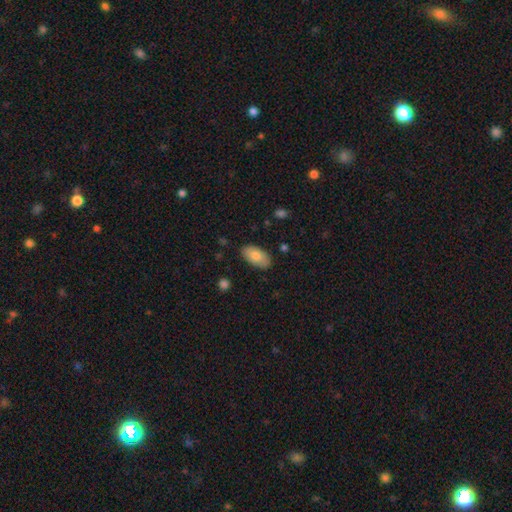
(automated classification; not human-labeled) Smooth or featured? smooth (81%)
How rounded? in between (95%)
Merging? none (85%)